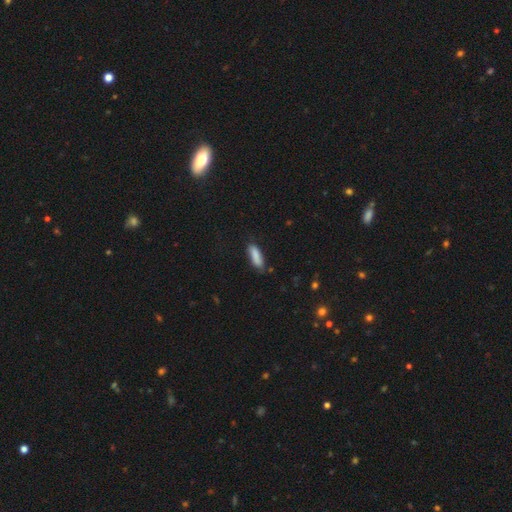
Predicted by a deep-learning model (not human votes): Smooth or featured: smooth — 87% (featured or disk — 7%)
How rounded: in between — 51% (cigar-shaped — 47%)
Merging: none — 75% (minor disturbance — 19%)